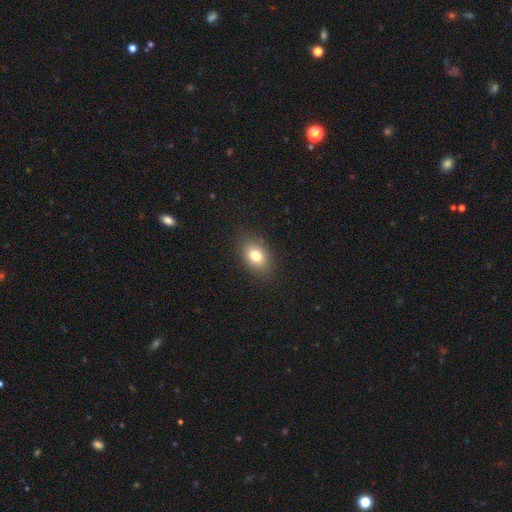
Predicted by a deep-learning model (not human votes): Q: Smooth or featured?
A: smooth (78%); runner-up: featured or disk (12%)
Q: How rounded?
A: in between (80%); runner-up: round (19%)
Q: Merging?
A: none (86%); runner-up: minor disturbance (10%)